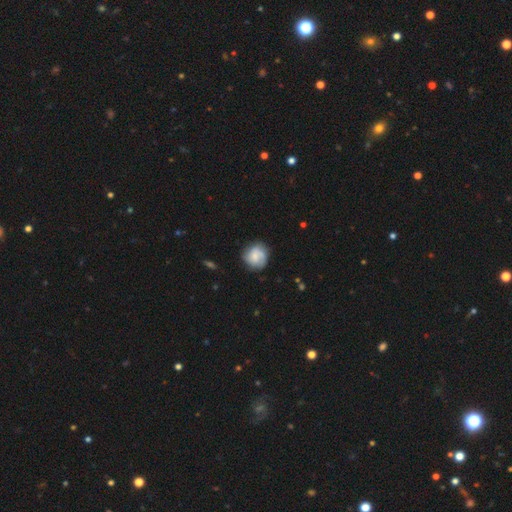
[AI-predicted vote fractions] A smooth galaxy with no disk features (47%). Merging: none (72%).